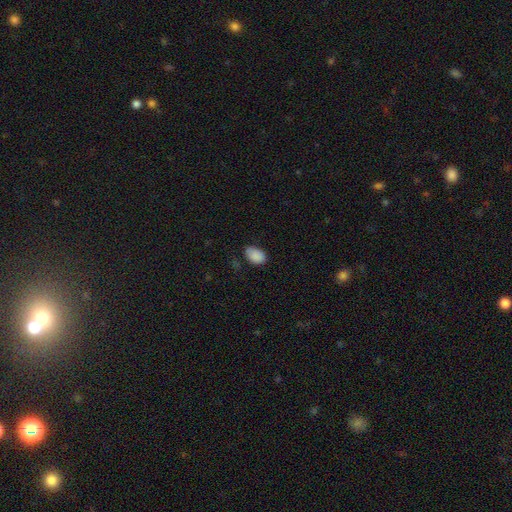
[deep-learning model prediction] smooth 88%, star or artifact 8%, featured or disk 4%. Down the decision tree: how rounded — in between (87%); merging — none (69%).